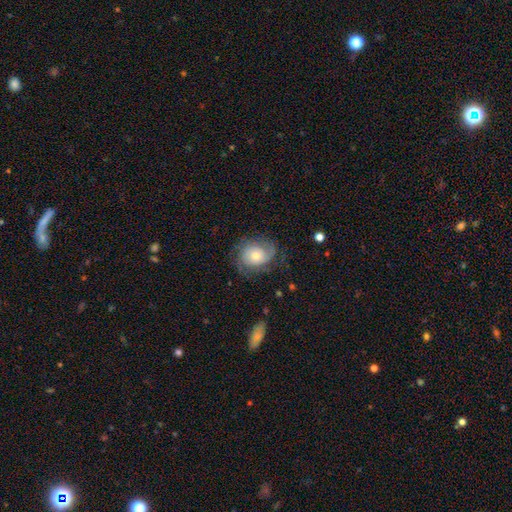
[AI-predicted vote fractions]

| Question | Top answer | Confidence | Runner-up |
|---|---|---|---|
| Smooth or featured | featured or disk | 52% | smooth (40%) |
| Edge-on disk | no | 97% | yes (3%) |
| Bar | no | 81% | weak (16%) |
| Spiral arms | yes | 82% | no (18%) |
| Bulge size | moderate | 52% | small (35%) |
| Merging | none | 66% | minor disturbance (21%) |